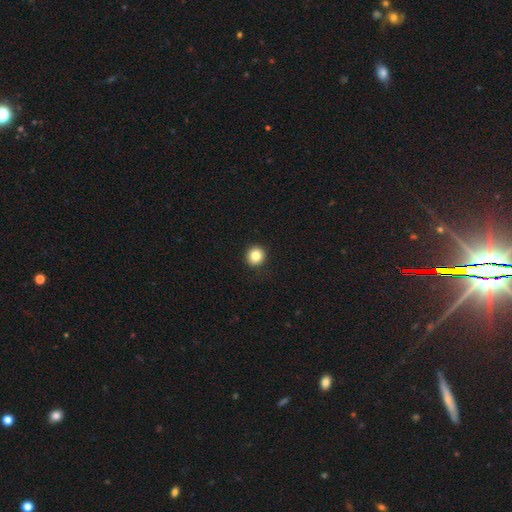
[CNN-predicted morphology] This is clearly a smooth galaxy (83%). How rounded: clearly round (93%). Merging: clearly none (92%).